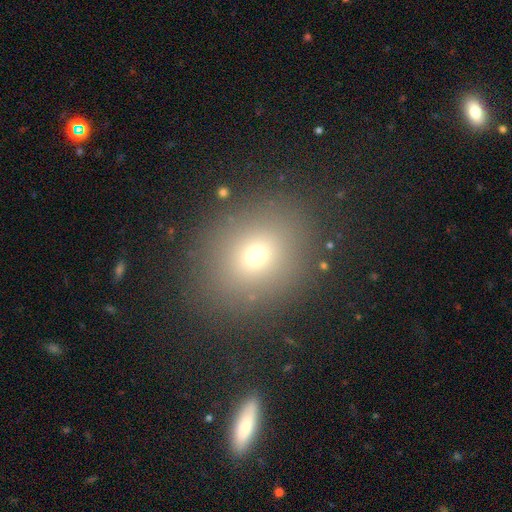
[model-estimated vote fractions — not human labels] Smooth or featured? smooth (69%)
How rounded? round (66%)
Merging? none (85%)